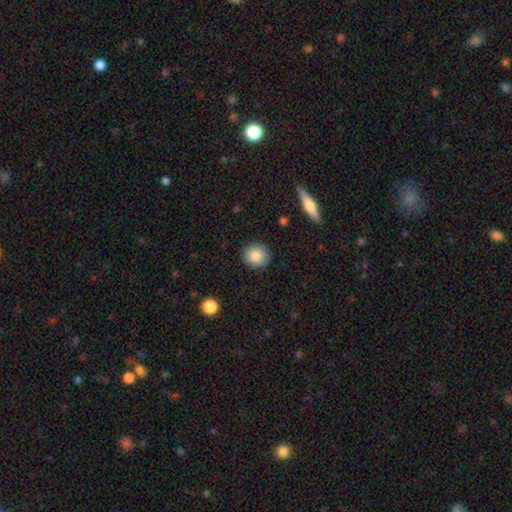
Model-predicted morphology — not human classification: smooth-or-featured: smooth: 87% | star or artifact: 8% | featured or disk: 5%
  how-rounded: round: 89% | in between: 10% | cigar-shaped: 1%
  merging: none: 90% | minor disturbance: 7% | major disturbance: 2% | merger: 1%